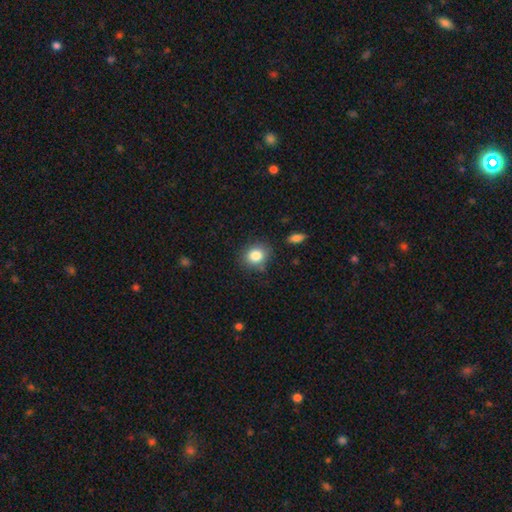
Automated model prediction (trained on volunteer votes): Smooth or featured?
  - smooth: 84% *
  - star or artifact: 10%
  - featured or disk: 6%
How rounded?
  - round: 70% *
  - in between: 29%
  - cigar-shaped: 1%
Merging?
  - none: 81% *
  - minor disturbance: 14%
  - major disturbance: 3%
  - merger: 3%